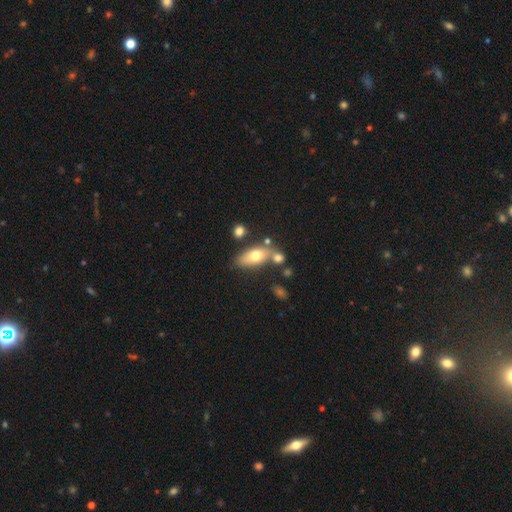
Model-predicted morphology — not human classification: The model was most divided on "merging": none: 59%, merger: 20%, minor disturbance: 15%, major disturbance: 5%. More confident: how rounded — in between (79%); smooth or featured — smooth (69%).